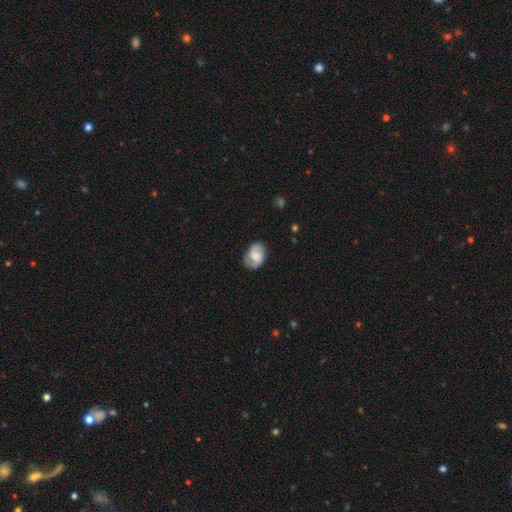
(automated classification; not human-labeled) This is possibly a smooth galaxy (48%). Merging: likely none (71%).